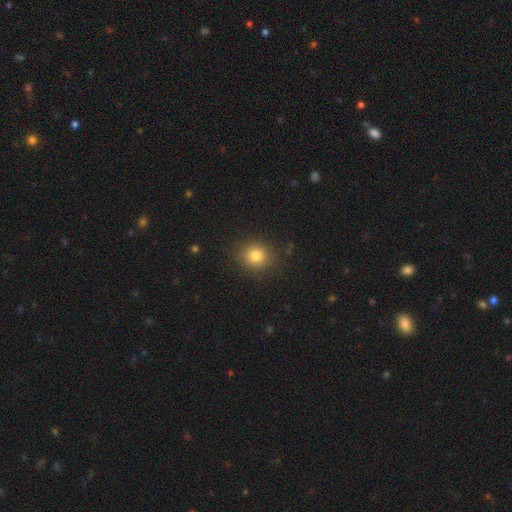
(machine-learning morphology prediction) The model was most divided on "how rounded": round: 83%, in between: 16%, cigar-shaped: 1%. More confident: merging — none (88%); smooth or featured — smooth (81%).